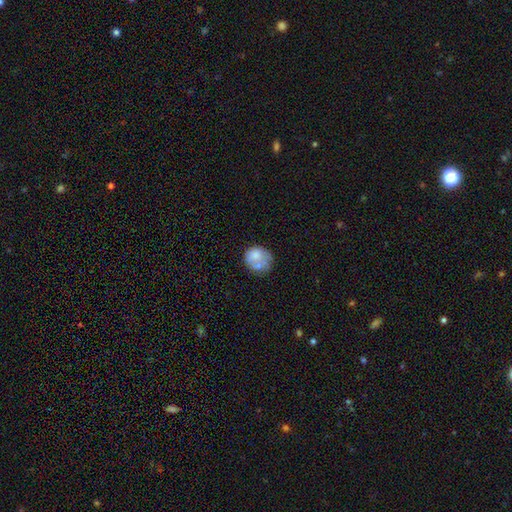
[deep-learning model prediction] This is likely a smooth galaxy (66%). How rounded: likely round (77%). Merging: marginally none (43%).